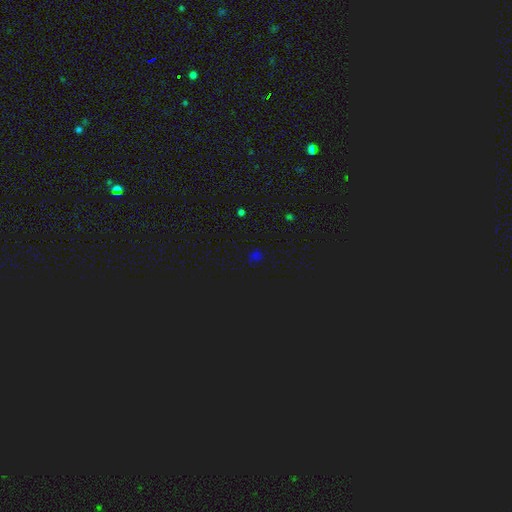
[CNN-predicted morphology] Q: Smooth or featured?
A: star or artifact (57%); runner-up: smooth (37%)